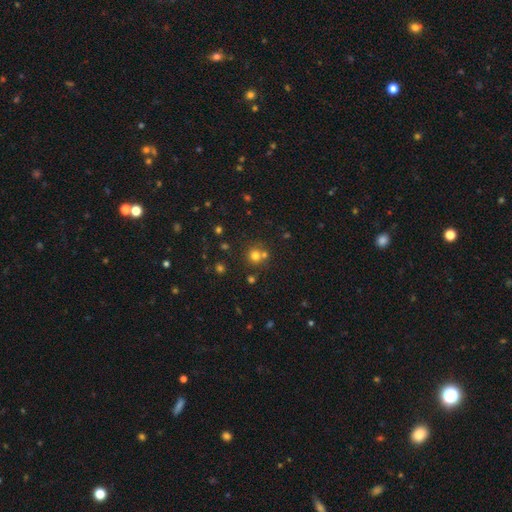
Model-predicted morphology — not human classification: The model was most divided on "merging": none: 63%, merger: 27%, minor disturbance: 7%, major disturbance: 3%. More confident: how rounded — round (91%); smooth or featured — smooth (71%).